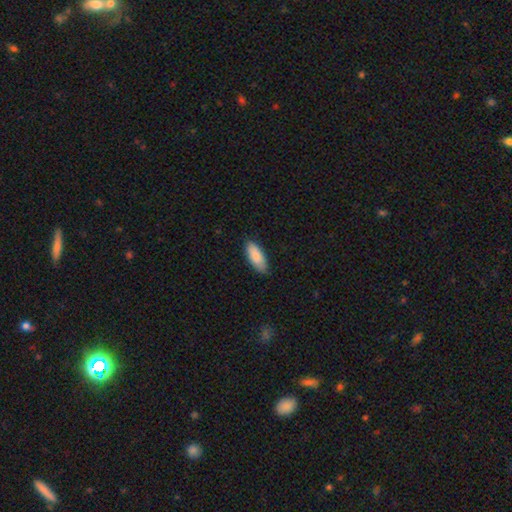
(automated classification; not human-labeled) Smooth or featured? smooth (88%)
How rounded? in between (81%)
Merging? none (83%)